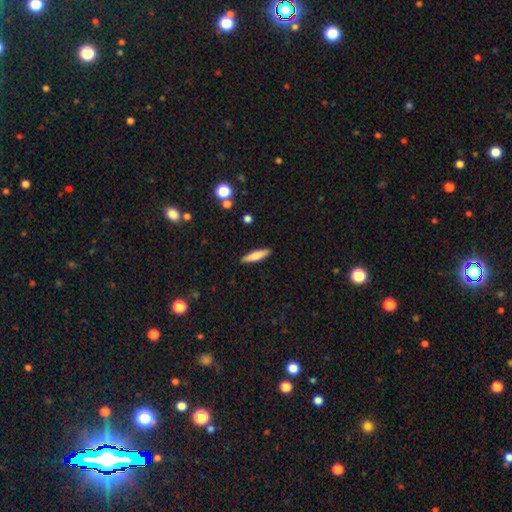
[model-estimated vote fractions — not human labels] Smooth or featured? smooth (69%)
How rounded? cigar-shaped (80%)
Merging? none (90%)